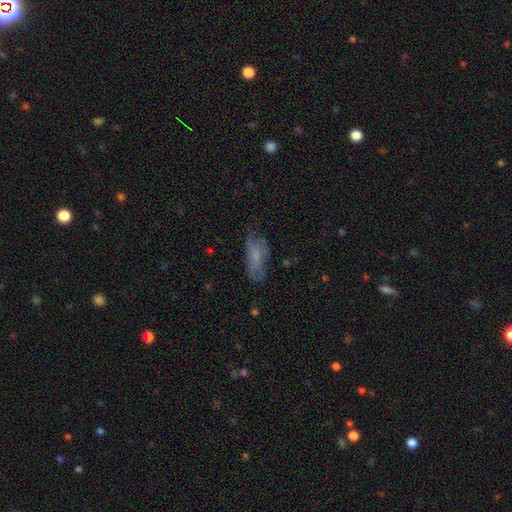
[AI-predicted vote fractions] The model was most divided on "merging": none: 56%, minor disturbance: 29%, major disturbance: 13%, merger: 2%. More confident: how rounded — in between (78%); smooth or featured — smooth (62%).